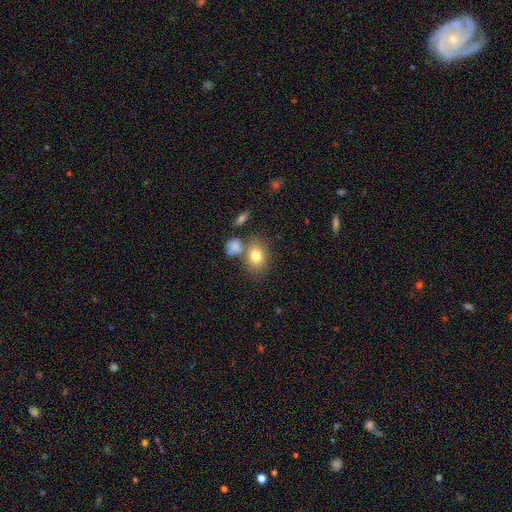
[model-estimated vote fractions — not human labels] smooth_or_featured: smooth (p=0.79) [alt: featured or disk p=0.12]
how_rounded: in between (p=0.64) [alt: round p=0.35]
merging: none (p=0.61) [alt: merger p=0.21]